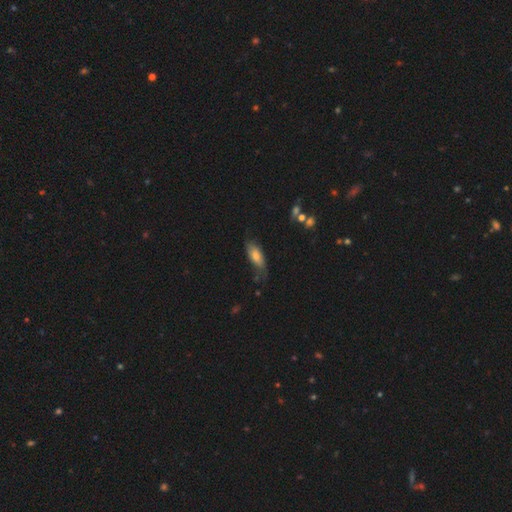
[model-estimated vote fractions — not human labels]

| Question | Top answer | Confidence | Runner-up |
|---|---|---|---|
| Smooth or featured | smooth | 61% | featured or disk (31%) |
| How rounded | in between | 72% | cigar-shaped (25%) |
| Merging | none | 54% | minor disturbance (31%) |